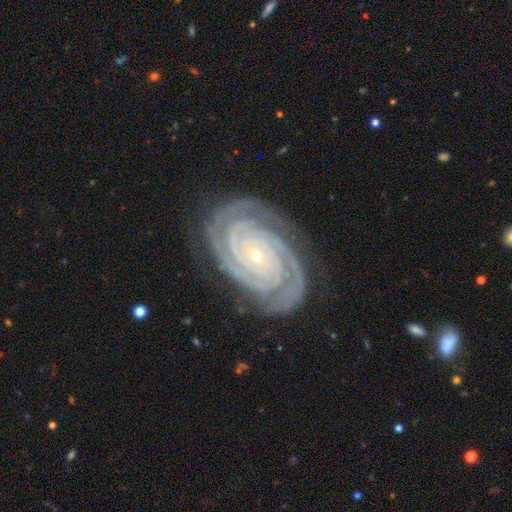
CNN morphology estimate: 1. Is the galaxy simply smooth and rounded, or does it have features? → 93% featured or disk, 5% star or artifact, 3% smooth.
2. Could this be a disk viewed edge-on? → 97% no, 3% yes.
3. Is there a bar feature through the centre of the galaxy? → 71% no, 16% weak, 14% strong.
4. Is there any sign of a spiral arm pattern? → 99% yes, 1% no.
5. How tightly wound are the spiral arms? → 89% tight, 10% medium, 1% loose.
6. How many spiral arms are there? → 45% 2, 21% 3, 12% 4, 9% can't tell, 7% more than 4, 6% 1.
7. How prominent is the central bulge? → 85% small, 12% moderate, 1% none, 1% large, 1% dominant.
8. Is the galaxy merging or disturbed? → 82% none, 13% minor disturbance, 3% major disturbance, 1% merger.